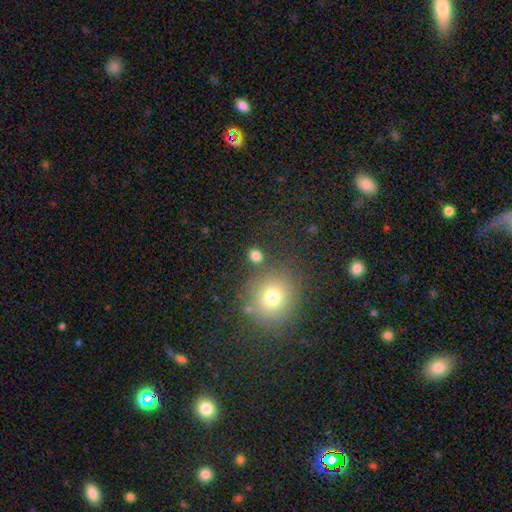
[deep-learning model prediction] Overall: smooth (78%). How rounded: round (75%). Merging: none (78%).